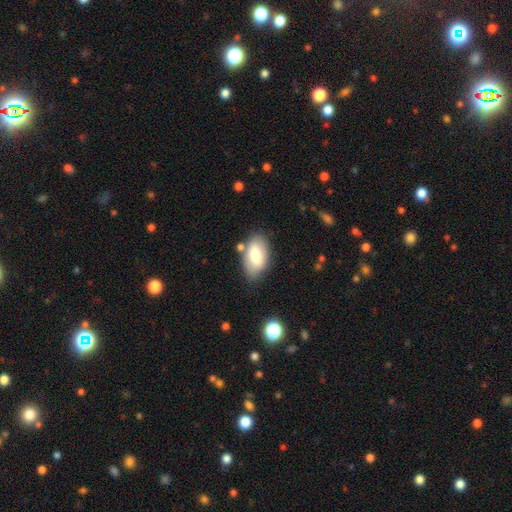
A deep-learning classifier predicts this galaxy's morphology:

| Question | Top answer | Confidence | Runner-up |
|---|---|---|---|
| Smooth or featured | smooth | 73% | featured or disk (20%) |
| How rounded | in between | 93% | round (4%) |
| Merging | none | 71% | minor disturbance (18%) |